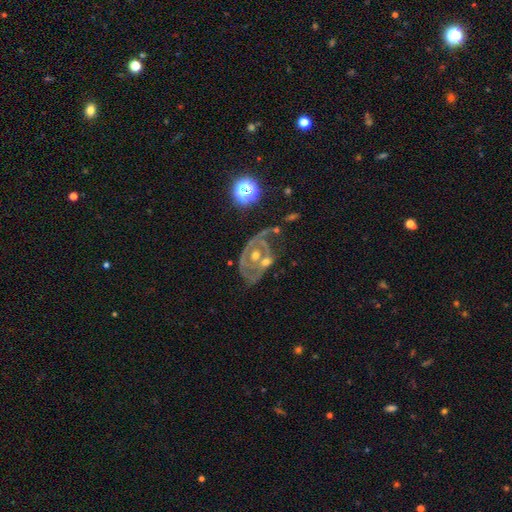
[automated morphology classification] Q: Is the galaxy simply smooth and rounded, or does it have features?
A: featured or disk — 77%.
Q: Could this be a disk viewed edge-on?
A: no — 96%.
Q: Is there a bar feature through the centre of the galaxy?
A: no — 73%.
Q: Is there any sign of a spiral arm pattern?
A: yes — 61%.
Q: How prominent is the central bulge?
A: moderate — 61%.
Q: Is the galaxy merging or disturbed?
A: none — 36%.